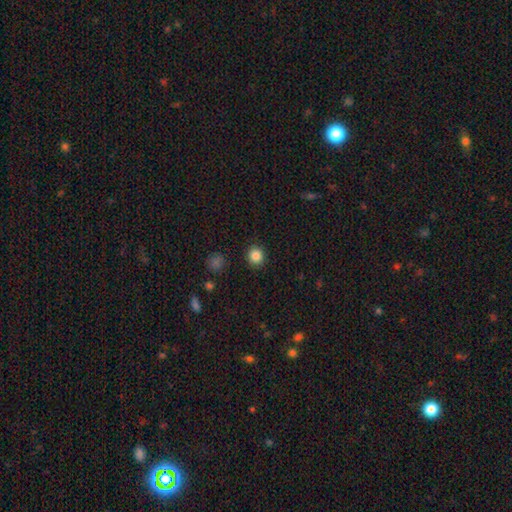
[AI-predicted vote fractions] The model was most divided on "smooth or featured": smooth: 85%, star or artifact: 11%, featured or disk: 4%. More confident: merging — none (91%); how rounded — round (88%).